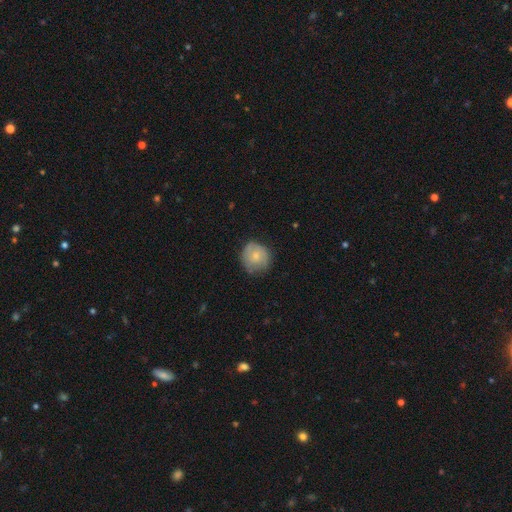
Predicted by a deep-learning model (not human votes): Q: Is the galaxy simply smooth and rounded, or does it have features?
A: smooth — 63%.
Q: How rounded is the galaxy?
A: round — 88%.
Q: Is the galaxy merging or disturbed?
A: none — 71%.